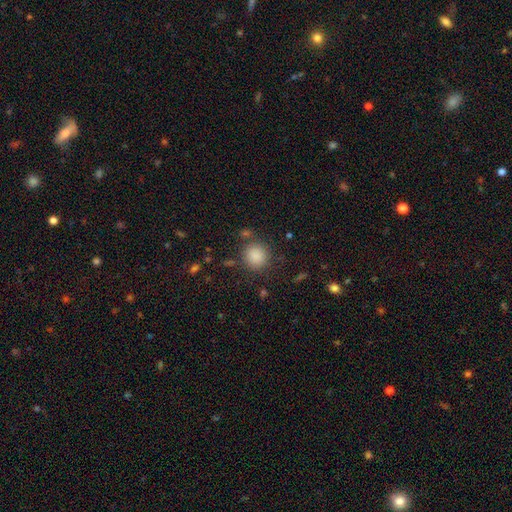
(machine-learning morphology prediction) Overall: smooth (87%). How rounded: round (88%). Merging: none (81%).